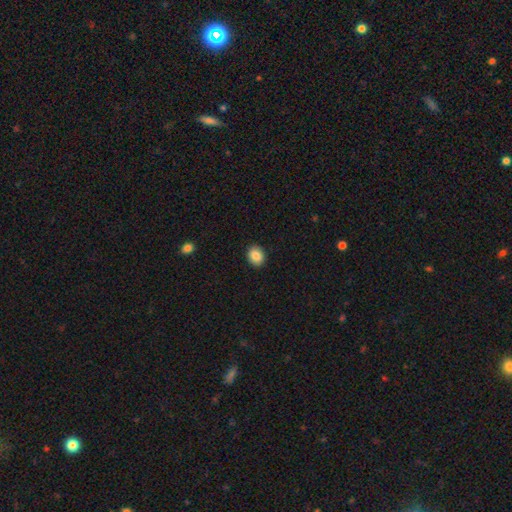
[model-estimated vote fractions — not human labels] The model was most divided on "how rounded": round: 54%, in between: 45%, cigar-shaped: 1%. More confident: merging — none (91%); smooth or featured — smooth (87%).